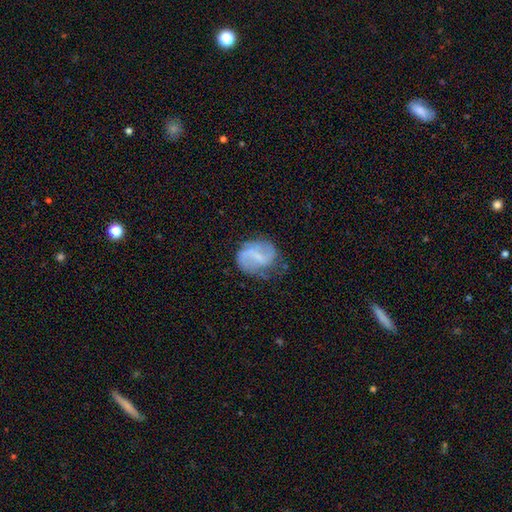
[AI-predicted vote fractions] A featured or disk galaxy (69%) with a weak bar (52%), 2 (79%) loose (44%) spiral arms (87%) and a small central bulge (49%).

Vote fractions:
- Smooth or featured? featured or disk: 69% / smooth: 24% / star or artifact: 7%
- Edge-on disk? no: 98% / yes: 2%
- Bar? weak: 52% / strong: 25% / no: 23%
- Spiral arms? yes: 87% / no: 13%
- Spiral winding? loose: 44% / medium: 41% / tight: 15%
- Spiral arm count? 2: 79% / can't tell: 10% / 1: 4% / 3: 3% / 4: 1% / more than 4: 1%
- Bulge size? small: 49% / none: 32% / moderate: 16% / large: 2% / dominant: 1%
- Merging? none: 62% / minor disturbance: 24% / major disturbance: 12% / merger: 2%